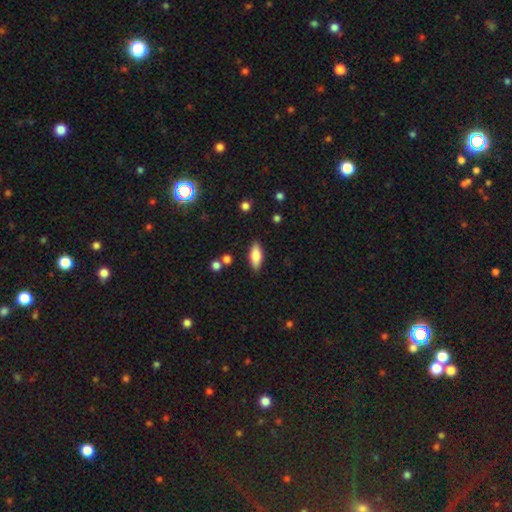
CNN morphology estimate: smooth 74%, featured or disk 19%, star or artifact 7%. Down the decision tree: how rounded — in between (71%); merging — none (86%).